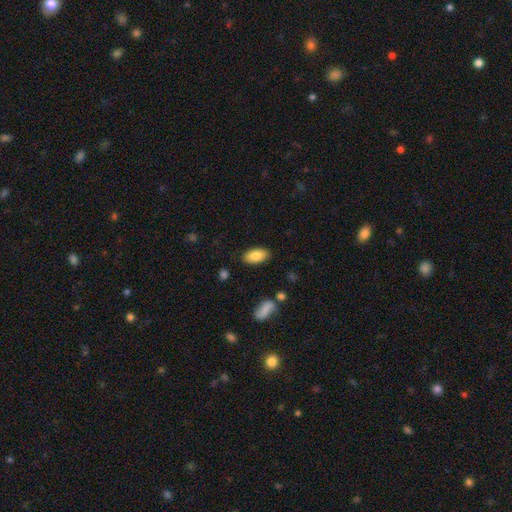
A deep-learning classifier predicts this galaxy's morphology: A smooth galaxy with no disk features (83%) that is in between round and cigar-shaped (93%).

Vote fractions:
- Smooth or featured? smooth: 83% / featured or disk: 10% / star or artifact: 7%
- How rounded? in between: 93% / cigar-shaped: 4% / round: 3%
- Merging? none: 86% / minor disturbance: 10% / major disturbance: 2% / merger: 2%